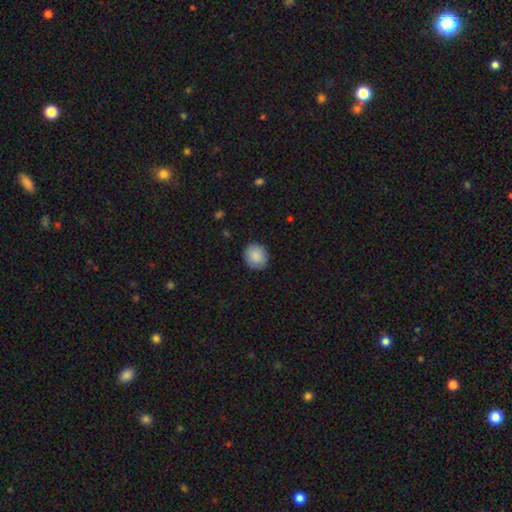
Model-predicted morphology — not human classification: Smooth or featured? smooth (88%)
How rounded? round (78%)
Merging? none (88%)